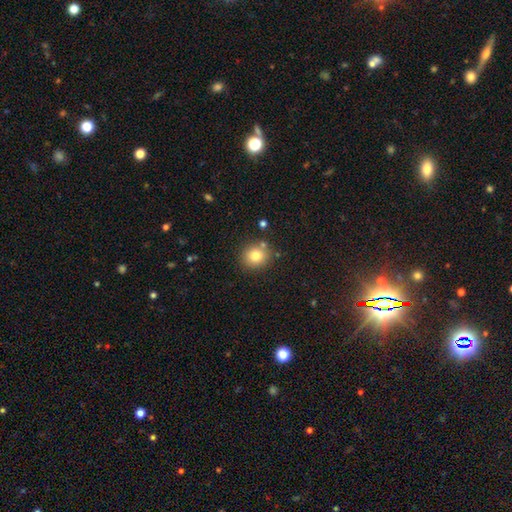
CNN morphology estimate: Overall: smooth (79%). How rounded: round (85%). Merging: none (81%).